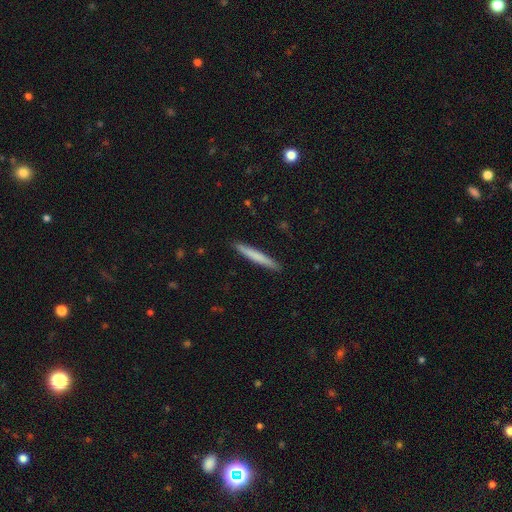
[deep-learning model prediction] Smooth or featured: smooth — 72% (featured or disk — 22%)
How rounded: cigar-shaped — 97% (in between — 2%)
Merging: none — 92% (minor disturbance — 6%)